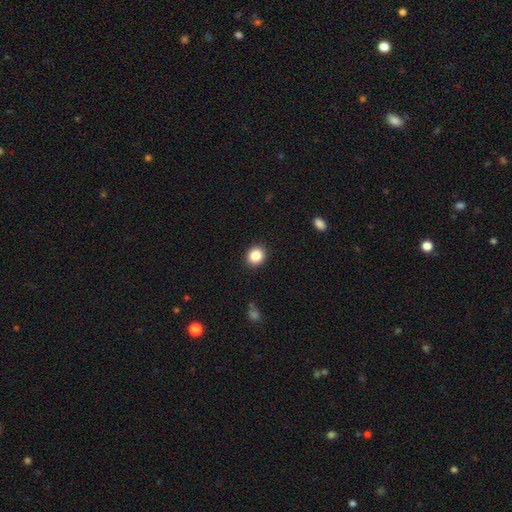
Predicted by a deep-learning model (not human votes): Q: Smooth or featured?
A: smooth (86%); runner-up: star or artifact (10%)
Q: How rounded?
A: round (71%); runner-up: in between (28%)
Q: Merging?
A: none (90%); runner-up: minor disturbance (7%)